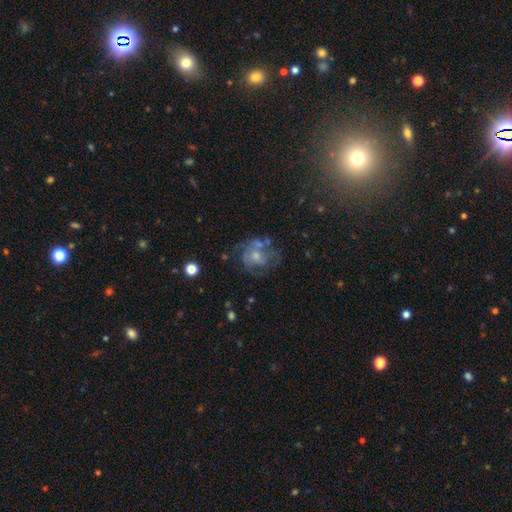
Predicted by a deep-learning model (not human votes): smooth-or-featured: featured or disk: 61% | smooth: 22% | star or artifact: 17%
  disk-edge-on: no: 97% | yes: 3%
    bar: no: 74% | weak: 22% | strong: 4%
    has-spiral-arms: yes: 70% | no: 30%
    bulge-size: moderate: 46% | small: 43% | none: 5% | large: 4% | dominant: 1%
  merging: none: 57% | minor disturbance: 18% | major disturbance: 14% | merger: 11%